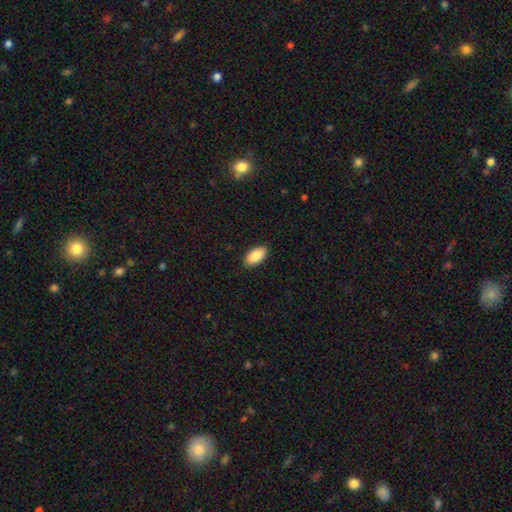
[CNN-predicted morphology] smooth_or_featured: smooth (p=0.88) [alt: star or artifact p=0.06]
how_rounded: in between (p=0.95) [alt: round p=0.03]
merging: none (p=0.88) [alt: minor disturbance p=0.09]